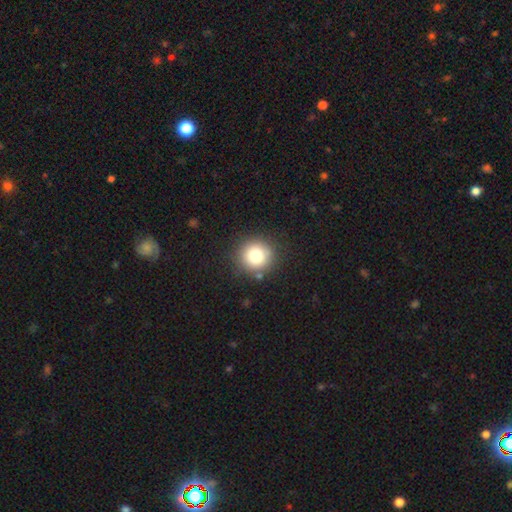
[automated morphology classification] This is likely a smooth galaxy (79%). How rounded: clearly round (93%). Merging: clearly none (87%).